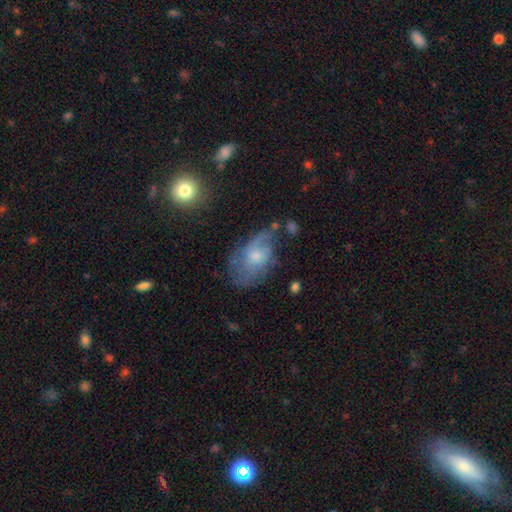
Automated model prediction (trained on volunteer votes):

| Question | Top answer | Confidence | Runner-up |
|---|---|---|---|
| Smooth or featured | featured or disk | 58% | smooth (33%) |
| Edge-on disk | no | 95% | yes (5%) |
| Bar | no | 73% | weak (24%) |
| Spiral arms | yes | 76% | no (24%) |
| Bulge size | moderate | 45% | small (44%) |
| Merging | none | 46% | minor disturbance (29%) |